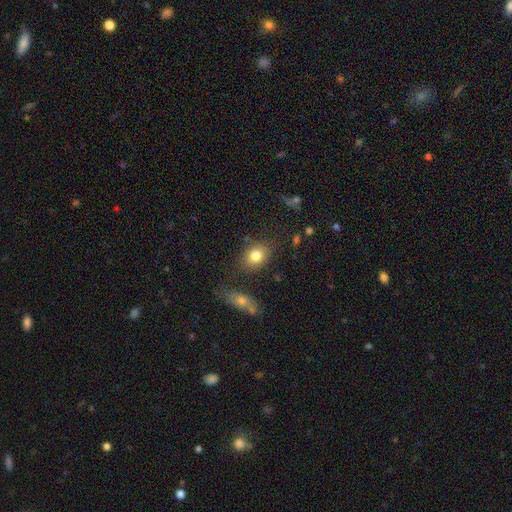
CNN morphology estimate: This is likely a smooth galaxy (80%). How rounded: possibly in between (59%). Merging: likely none (78%).